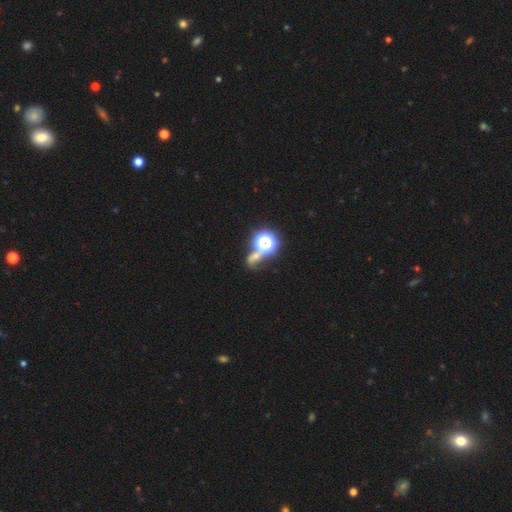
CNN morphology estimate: Smooth or featured? Predicted: star or artifact (p=0.48).